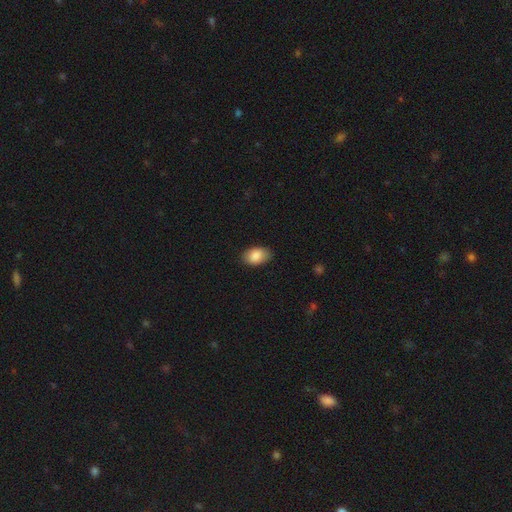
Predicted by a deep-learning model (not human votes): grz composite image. It shows a smooth galaxy with no disk features (88%) that is in between round and cigar-shaped (90%). Merging: none (83%).